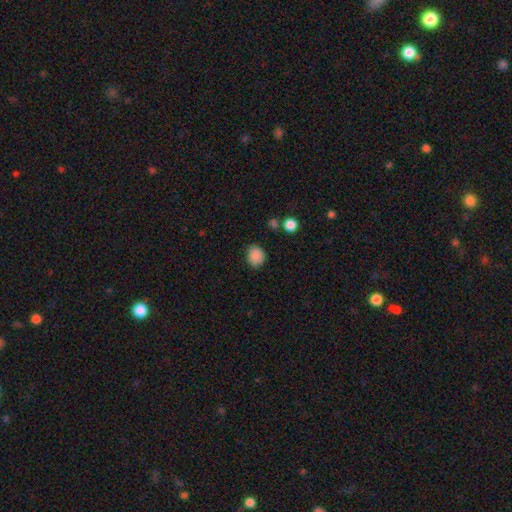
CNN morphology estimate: type=smooth (87%); roundness=round (67%); merging=none (81%).